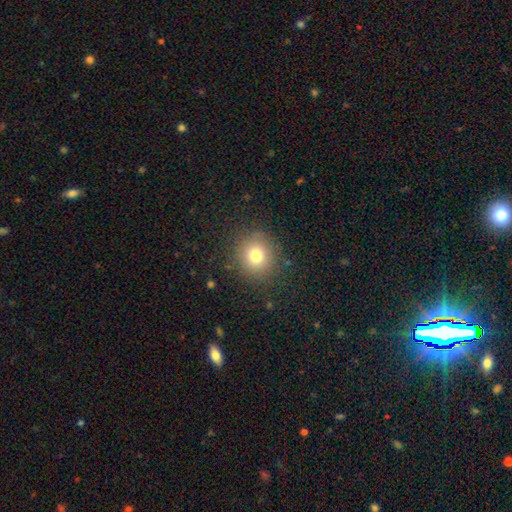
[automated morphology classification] A smooth galaxy with no disk features (76%) that is round (87%). Merging: none (87%).